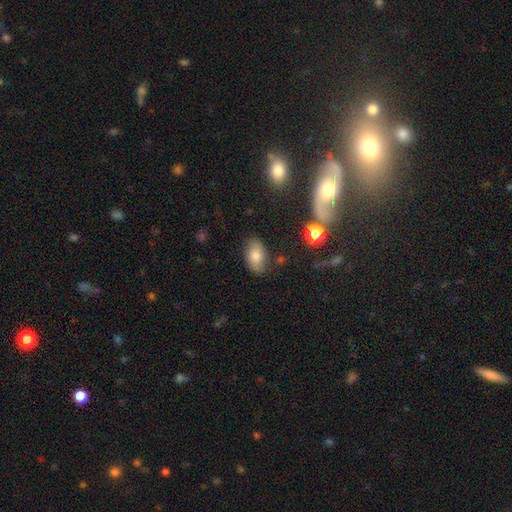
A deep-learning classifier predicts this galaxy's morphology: Smooth or featured: smooth — 75% (featured or disk — 16%)
How rounded: in between — 90% (round — 8%)
Merging: none — 78% (minor disturbance — 16%)